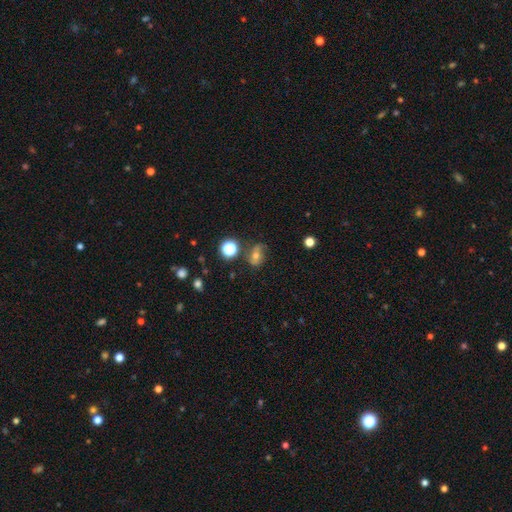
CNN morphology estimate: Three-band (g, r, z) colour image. It shows a smooth galaxy with no disk features (42%). Merging: none (62%).